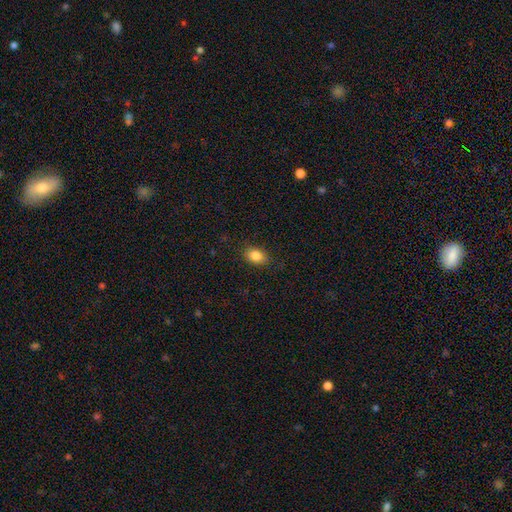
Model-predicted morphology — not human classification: type=smooth (86%); roundness=in between (80%); merging=none (84%).